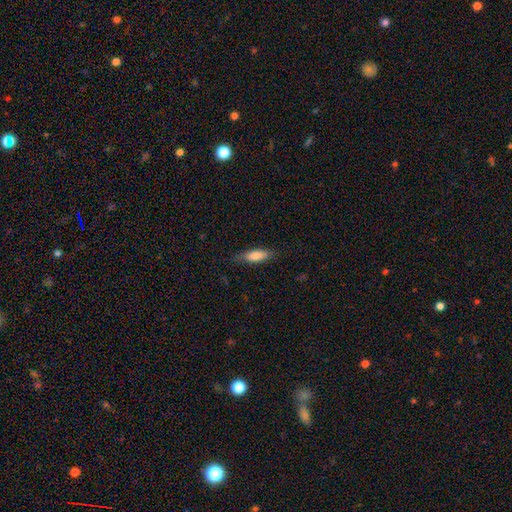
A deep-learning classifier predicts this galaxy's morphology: type=smooth (79%); roundness=in between (52%); merging=none (76%).